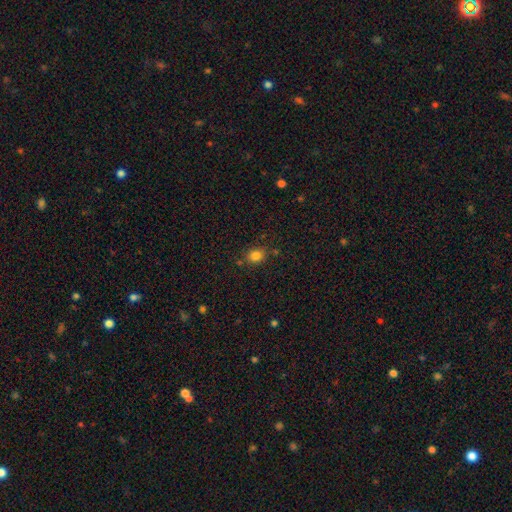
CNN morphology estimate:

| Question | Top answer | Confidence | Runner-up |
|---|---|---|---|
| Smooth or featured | smooth | 82% | star or artifact (12%) |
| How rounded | round | 62% | in between (37%) |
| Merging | none | 78% | minor disturbance (13%) |